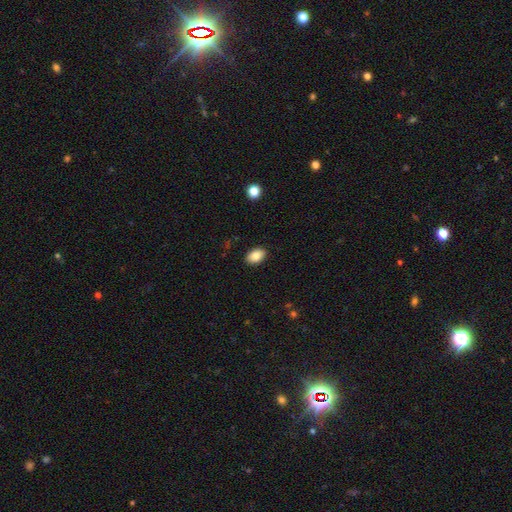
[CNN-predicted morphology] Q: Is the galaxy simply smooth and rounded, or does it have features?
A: smooth — 85%.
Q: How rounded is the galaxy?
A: in between — 87%.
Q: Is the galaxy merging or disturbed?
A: none — 89%.